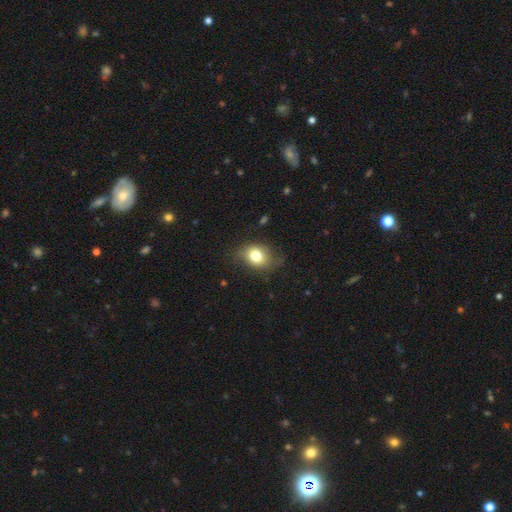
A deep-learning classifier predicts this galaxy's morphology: A smooth galaxy with no disk features (77%) that is in between round and cigar-shaped (57%).

Vote fractions:
- Smooth or featured? smooth: 77% / featured or disk: 13% / star or artifact: 10%
- How rounded? in between: 57% / round: 42% / cigar-shaped: 1%
- Merging? none: 68% / minor disturbance: 23% / major disturbance: 7% / merger: 1%